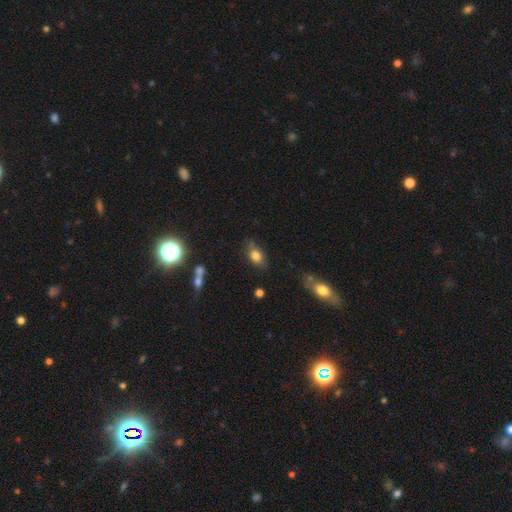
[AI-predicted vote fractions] smooth-or-featured: smooth: 77% | featured or disk: 13% | star or artifact: 10%
  how-rounded: in between: 82% | round: 14% | cigar-shaped: 4%
  merging: none: 68% | minor disturbance: 23% | major disturbance: 6% | merger: 3%